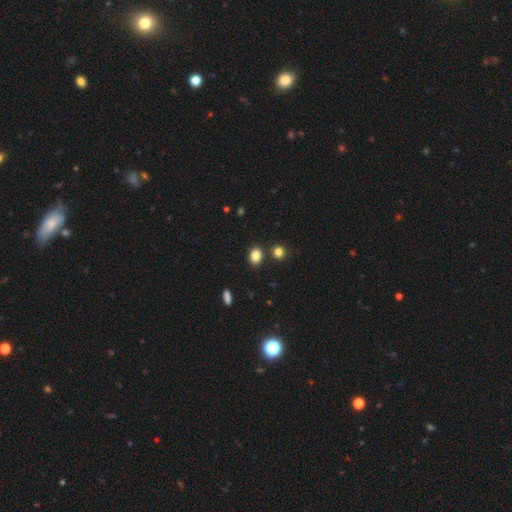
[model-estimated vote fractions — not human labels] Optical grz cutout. It shows a smooth galaxy with no disk features (84%) that is in between round and cigar-shaped (54%). Merging: none (80%).